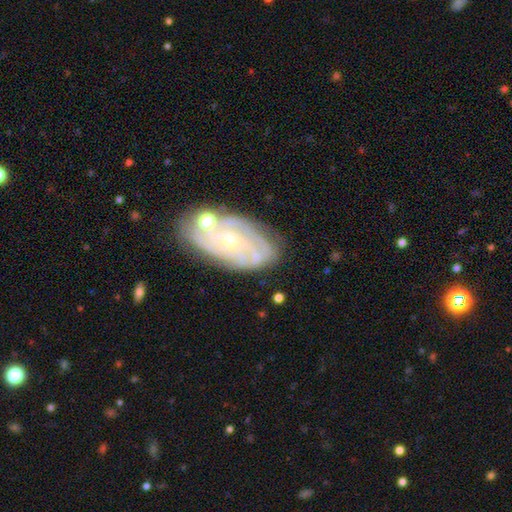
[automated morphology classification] This appears to be a featured or disk galaxy (80%) with no bar (70%), tight (61%) spiral arms (95%) and a small central bulge (72%). Merging: none (66%).